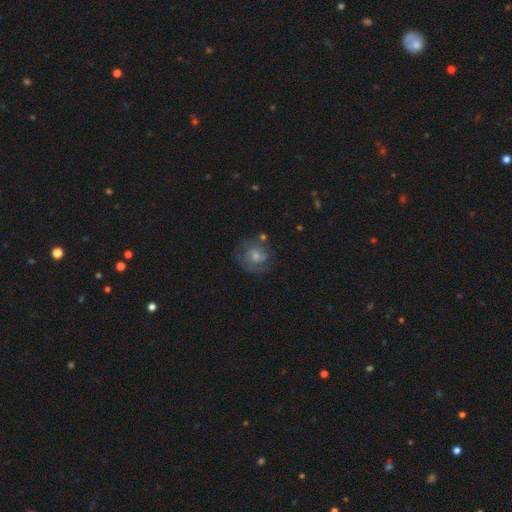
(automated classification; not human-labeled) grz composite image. It shows a featured or disk galaxy (56%) with no bar (67%), spiral arms (76%) and a moderate central bulge (50%). Merging: none (70%).